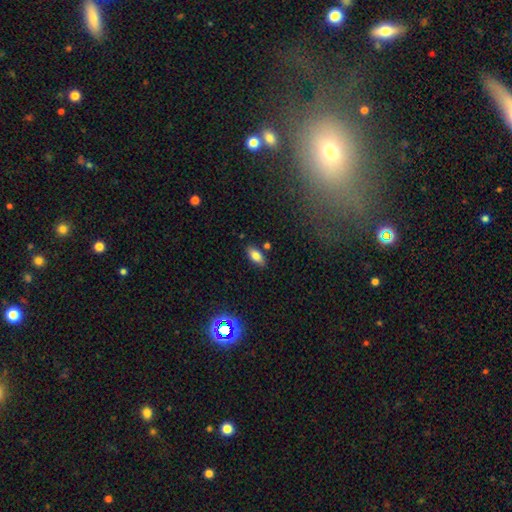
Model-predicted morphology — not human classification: This is likely a smooth galaxy (78%). How rounded: clearly in between (86%). Merging: clearly none (83%).